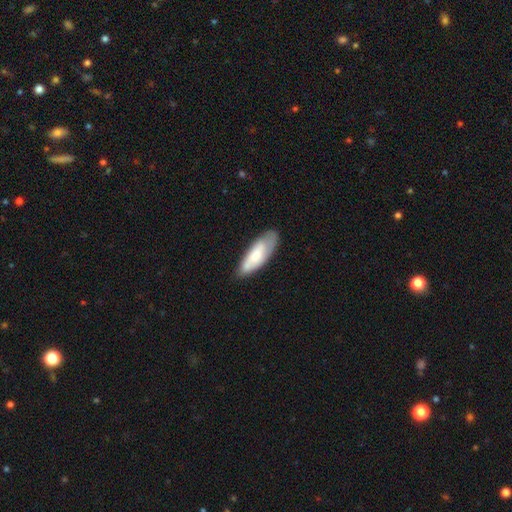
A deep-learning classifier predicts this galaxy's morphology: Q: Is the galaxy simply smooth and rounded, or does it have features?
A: smooth — 67%.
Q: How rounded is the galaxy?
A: in between — 61%.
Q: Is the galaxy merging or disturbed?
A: none — 64%.